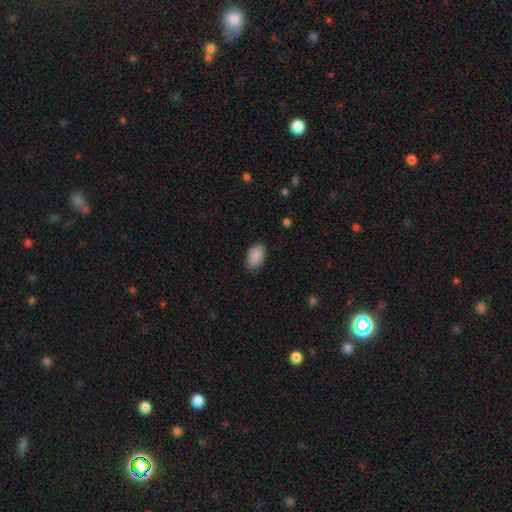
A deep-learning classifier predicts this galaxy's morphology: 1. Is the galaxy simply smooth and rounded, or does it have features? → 90% smooth, 7% star or artifact, 3% featured or disk.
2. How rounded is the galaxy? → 93% in between, 5% round, 1% cigar-shaped.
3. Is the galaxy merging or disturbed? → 83% none, 13% minor disturbance, 3% major disturbance, 1% merger.